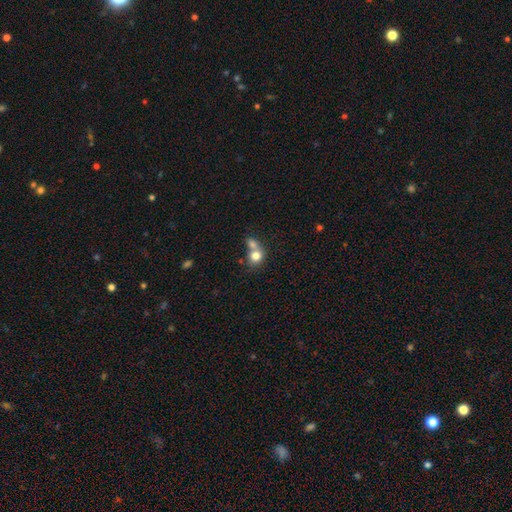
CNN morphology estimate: Smooth or featured? Predicted: smooth (p=0.78). How rounded? Predicted: round (p=0.71). Merging? Predicted: merger (p=0.59).